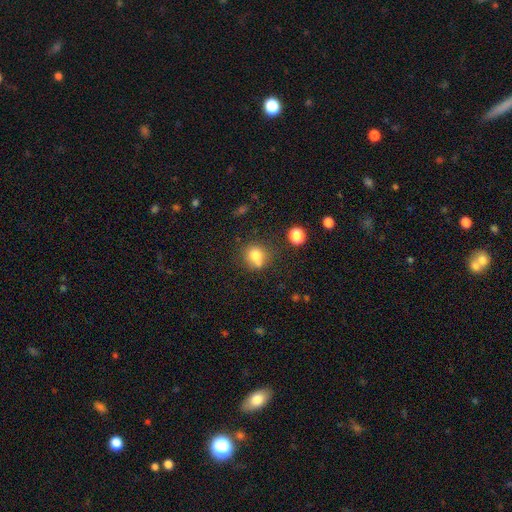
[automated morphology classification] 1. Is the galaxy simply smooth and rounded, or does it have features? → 76% smooth, 13% star or artifact, 12% featured or disk.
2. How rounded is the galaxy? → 79% round, 20% in between, 1% cigar-shaped.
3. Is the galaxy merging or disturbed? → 56% none, 21% merger, 17% minor disturbance, 6% major disturbance.